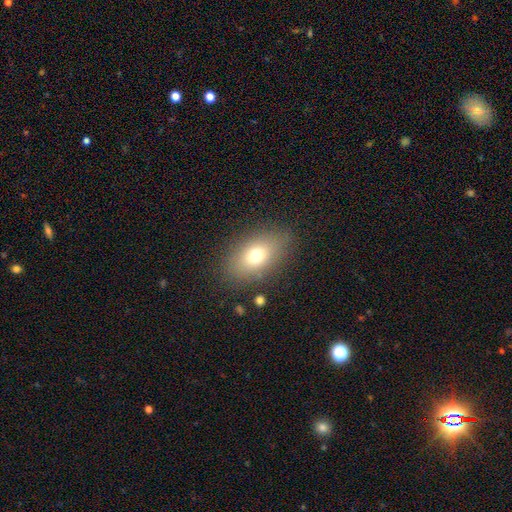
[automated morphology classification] type=smooth (72%); roundness=in between (83%); merging=none (83%).